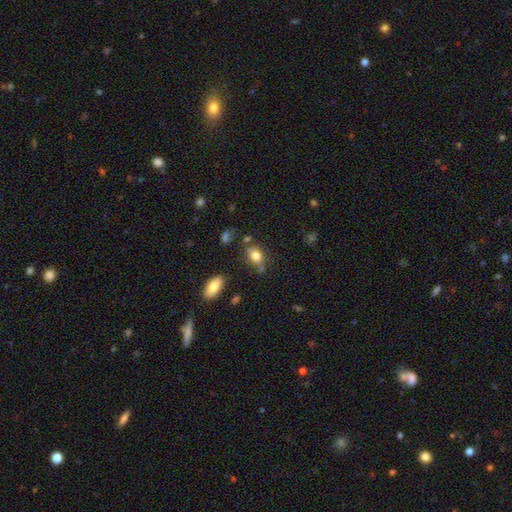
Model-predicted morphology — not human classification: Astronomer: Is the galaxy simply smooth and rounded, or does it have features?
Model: smooth — 80%.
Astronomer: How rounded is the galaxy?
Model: in between — 72%.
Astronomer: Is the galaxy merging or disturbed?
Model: none — 64%.